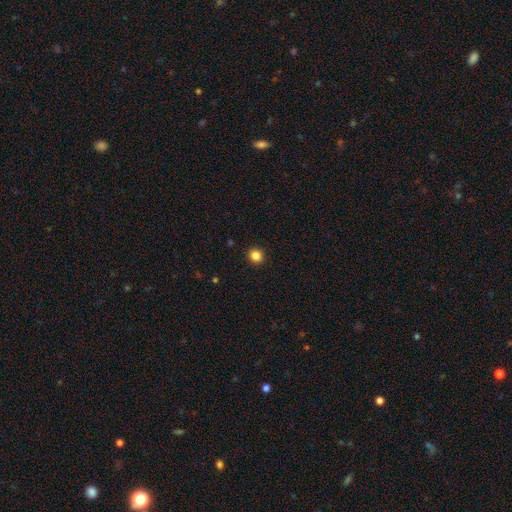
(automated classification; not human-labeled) smooth 85%, star or artifact 11%, featured or disk 4%. Down the decision tree: how rounded — round (83%); merging — none (92%).